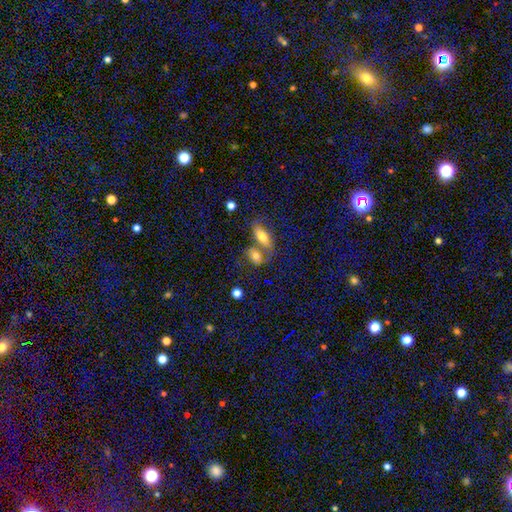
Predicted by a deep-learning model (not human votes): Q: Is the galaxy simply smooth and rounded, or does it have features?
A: smooth — 66%.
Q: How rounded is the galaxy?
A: in between — 73%.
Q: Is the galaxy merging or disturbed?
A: merger — 50%.